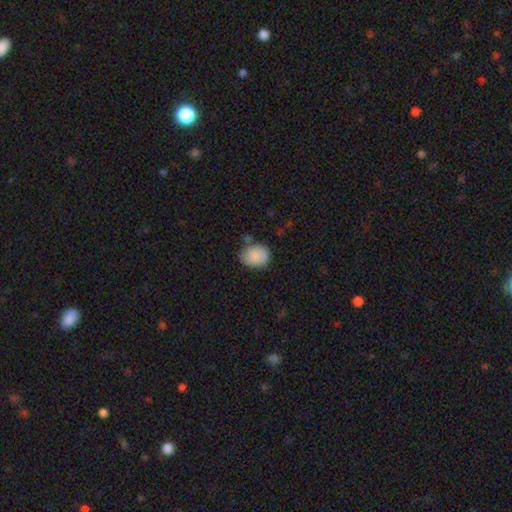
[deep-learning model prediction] Morphology: type=smooth (87%); roundness=round (54%); merging=none (72%).